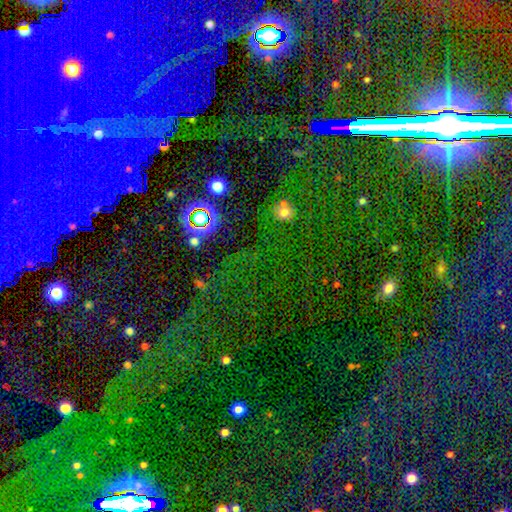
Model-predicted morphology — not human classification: The model was most divided on "smooth or featured": star or artifact: 79%, featured or disk: 11%, smooth: 10%.